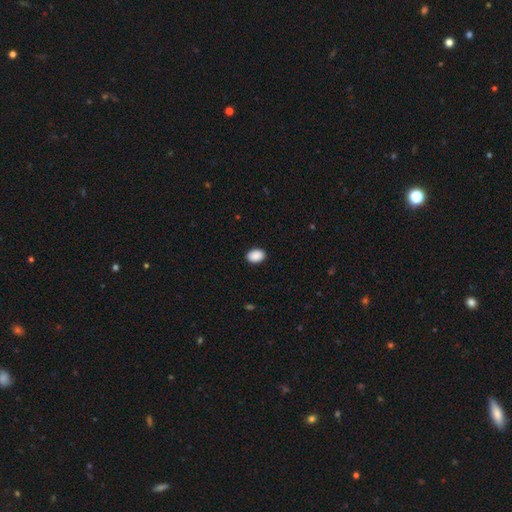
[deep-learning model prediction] smooth 90%, star or artifact 7%, featured or disk 2%. Down the decision tree: how rounded — in between (81%); merging — none (90%).